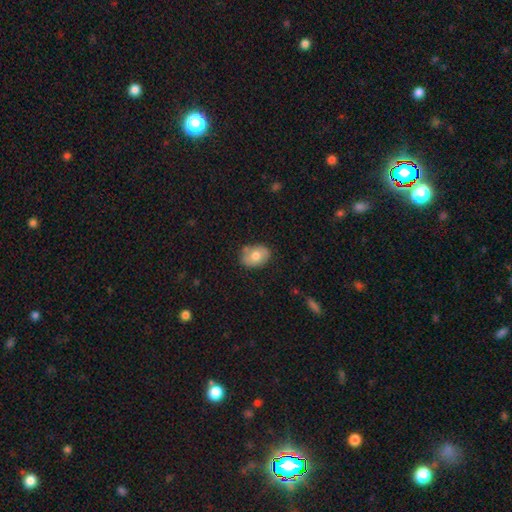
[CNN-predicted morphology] A smooth galaxy with no disk features (73%) that is in between round and cigar-shaped (74%). Merging: none (76%).